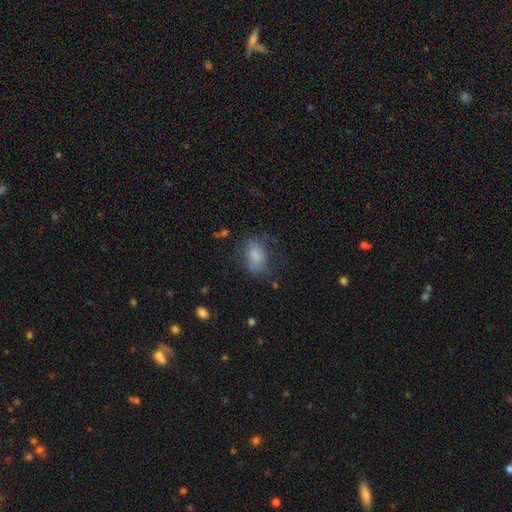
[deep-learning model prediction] The model was most divided on "merging": none: 56%, minor disturbance: 26%, major disturbance: 15%, merger: 3%. More confident: how rounded — in between (81%); smooth or featured — smooth (77%).